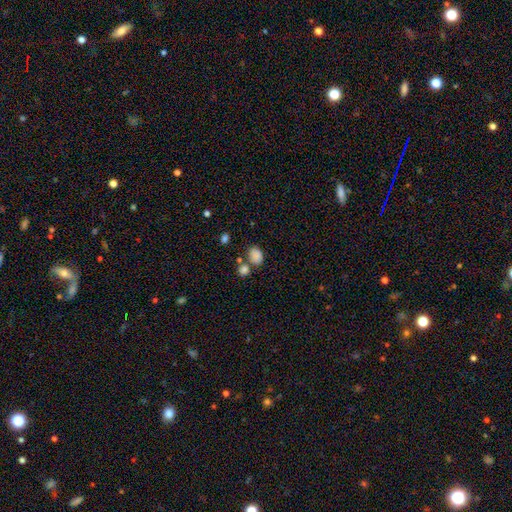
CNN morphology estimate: smooth 84%, star or artifact 11%, featured or disk 5%. Down the decision tree: how rounded — in between (73%); merging — none (62%).